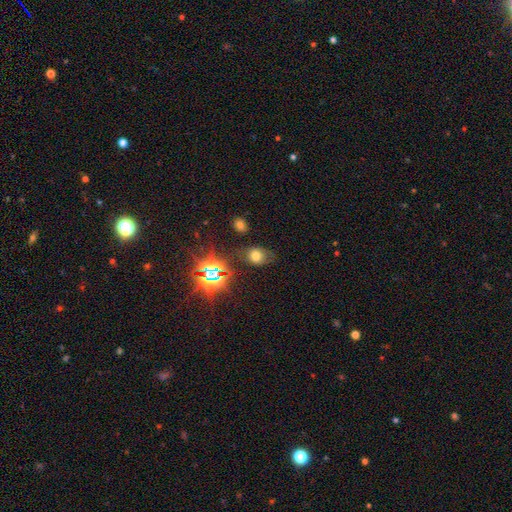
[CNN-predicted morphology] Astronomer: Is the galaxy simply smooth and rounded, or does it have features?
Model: smooth — 58%.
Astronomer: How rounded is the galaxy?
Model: in between — 64%.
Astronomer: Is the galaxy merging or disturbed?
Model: none — 70%.